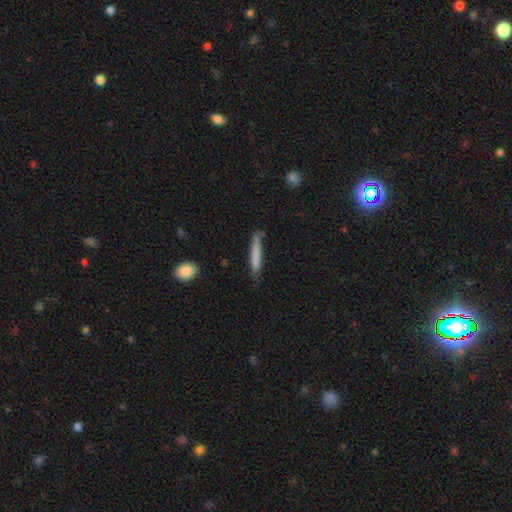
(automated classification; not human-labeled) Overall: smooth (76%). How rounded: cigar-shaped (92%). Merging: none (61%; minor disturbance 27%).